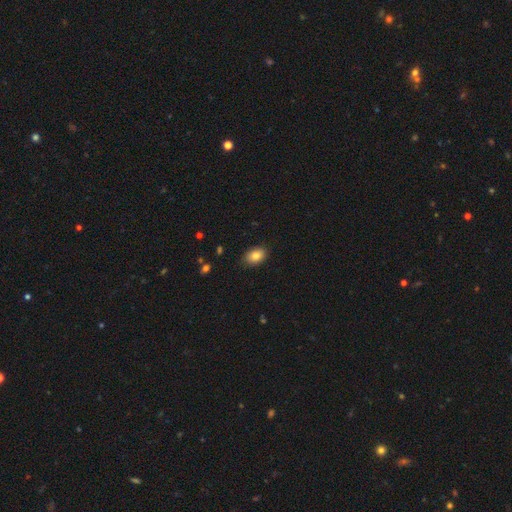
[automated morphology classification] Smooth or featured? Predicted: smooth (p=0.83). How rounded? Predicted: in between (p=0.82). Merging? Predicted: none (p=0.86).